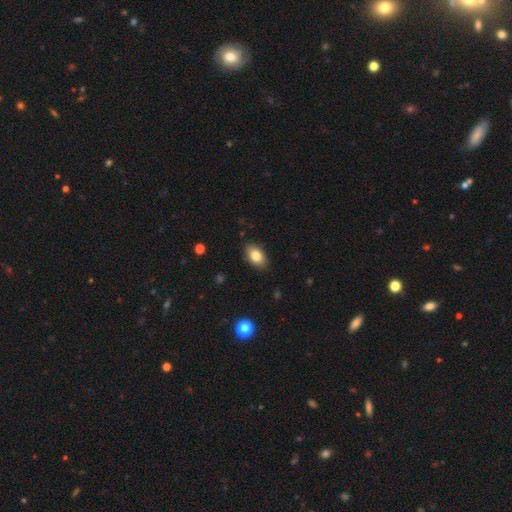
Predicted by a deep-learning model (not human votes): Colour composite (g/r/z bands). It shows a smooth galaxy with no disk features (82%) that is in between round and cigar-shaped (90%). Merging: none (87%).